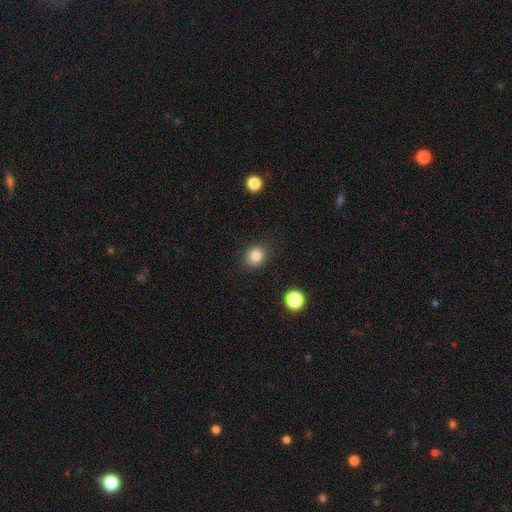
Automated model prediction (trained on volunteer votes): Smooth or featured: smooth — 83% (star or artifact — 11%)
How rounded: round — 73% (in between — 26%)
Merging: none — 86% (minor disturbance — 9%)